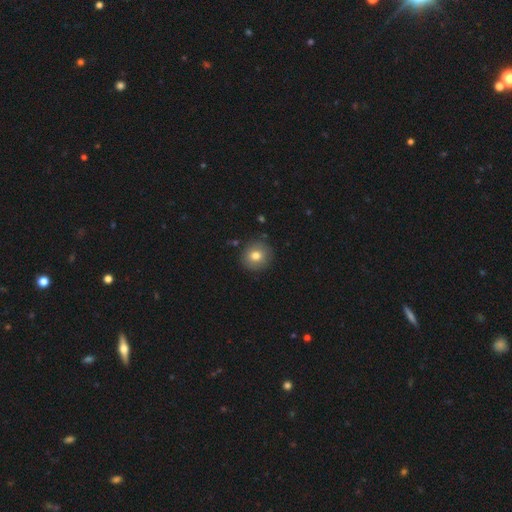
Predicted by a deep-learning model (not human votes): Smooth or featured: smooth — 77% (featured or disk — 13%)
How rounded: round — 90% (in between — 9%)
Merging: none — 88% (minor disturbance — 8%)